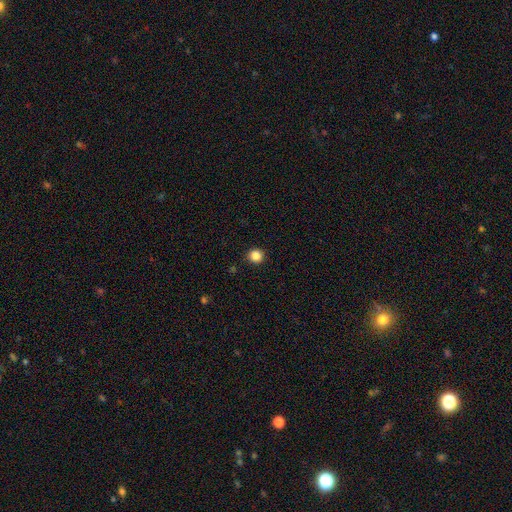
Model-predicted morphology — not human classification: This is clearly a smooth galaxy (85%). How rounded: clearly round (93%). Merging: clearly none (92%).